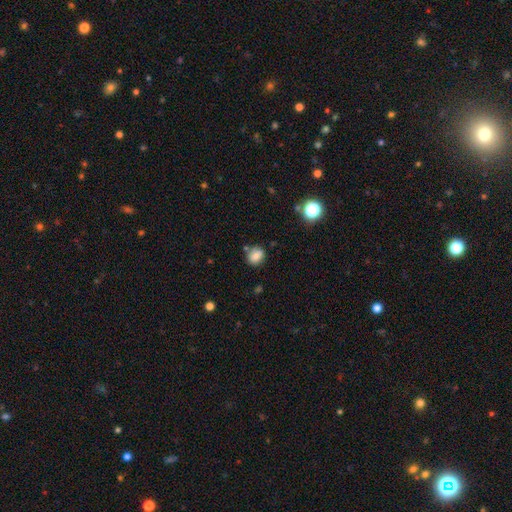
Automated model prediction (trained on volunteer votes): smooth 81%, star or artifact 11%, featured or disk 8%. Down the decision tree: how rounded — round (57%); merging — none (74%).